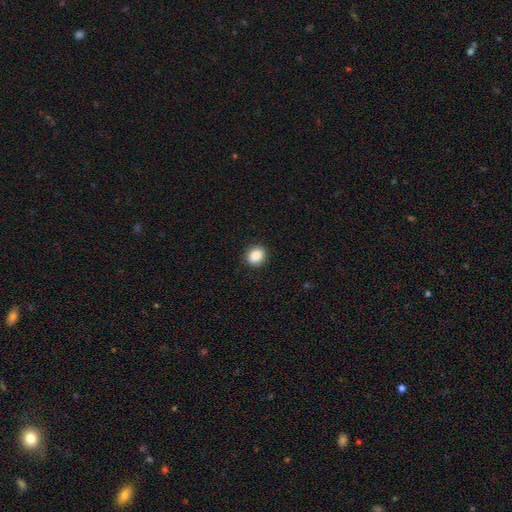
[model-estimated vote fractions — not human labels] smooth_or_featured: smooth (p=0.88) [alt: star or artifact p=0.09]
how_rounded: round (p=0.72) [alt: in between p=0.27]
merging: none (p=0.91) [alt: minor disturbance p=0.06]